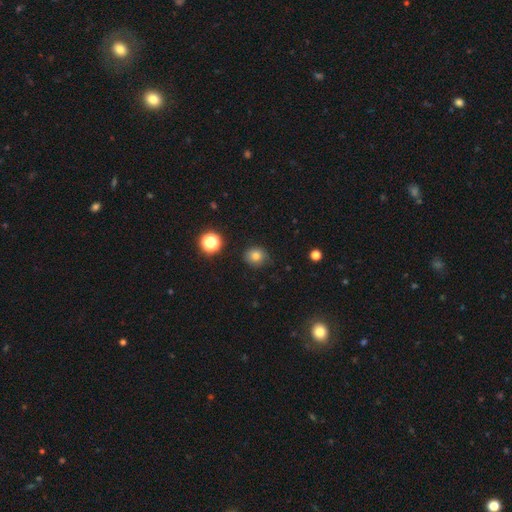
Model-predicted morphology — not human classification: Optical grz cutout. It shows a smooth galaxy with no disk features (79%) that is round (78%). Merging: none (80%).